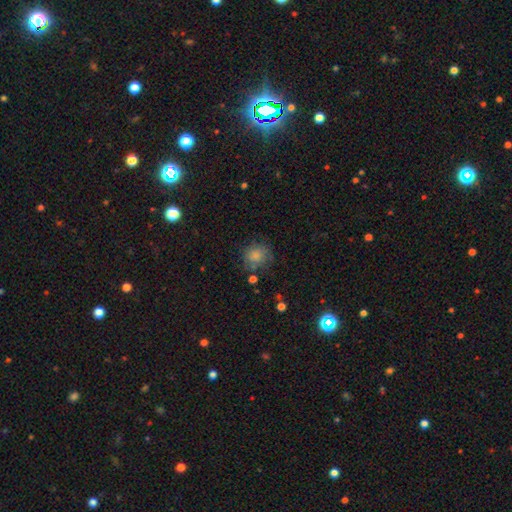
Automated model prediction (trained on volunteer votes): Overall: smooth (81%). How rounded: round (84%). Merging: none (70%).